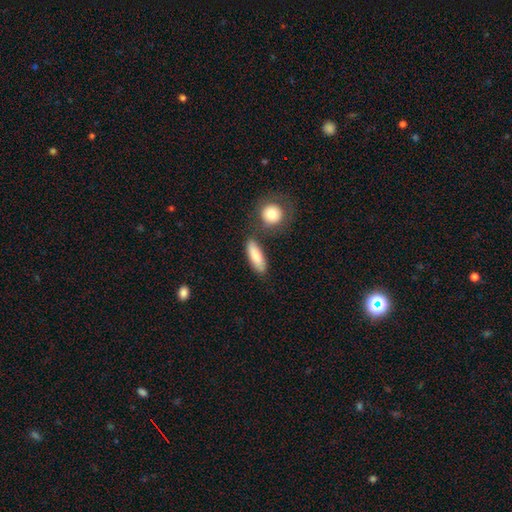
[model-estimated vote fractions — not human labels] This is clearly a smooth galaxy (82%). How rounded: possibly in between (57%). Merging: likely none (70%).